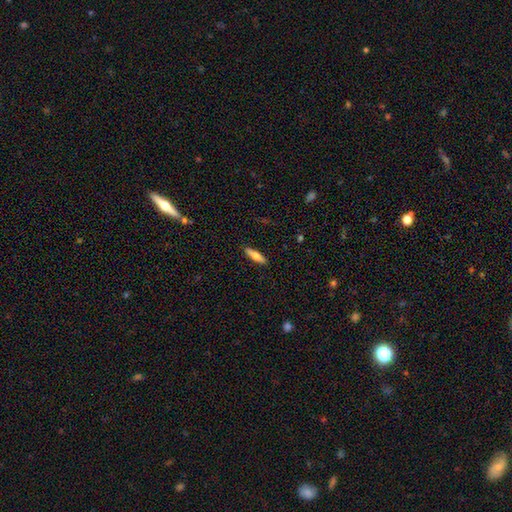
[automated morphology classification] type=smooth (60%); roundness=cigar-shaped (69%); merging=none (89%).